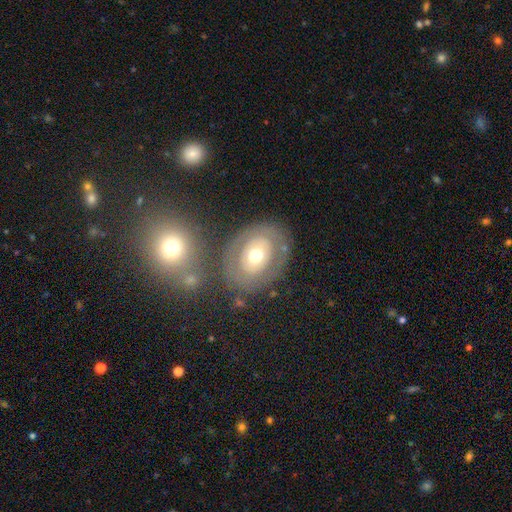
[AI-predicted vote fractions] Smooth or featured?
  - featured or disk: 50% *
  - smooth: 42%
  - star or artifact: 7%
Edge-on disk?
  - no: 94% *
  - yes: 6%
Merging?
  - none: 70% *
  - minor disturbance: 13%
  - merger: 9%
  - major disturbance: 8%